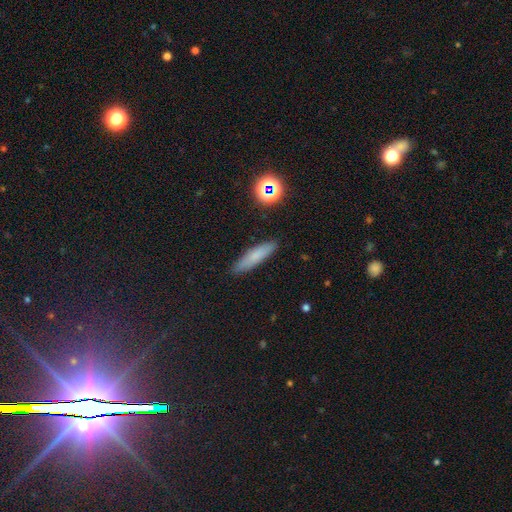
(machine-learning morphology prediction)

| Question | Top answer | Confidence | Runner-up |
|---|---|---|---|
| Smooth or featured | smooth | 75% | featured or disk (15%) |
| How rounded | cigar-shaped | 80% | in between (18%) |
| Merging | none | 88% | minor disturbance (9%) |